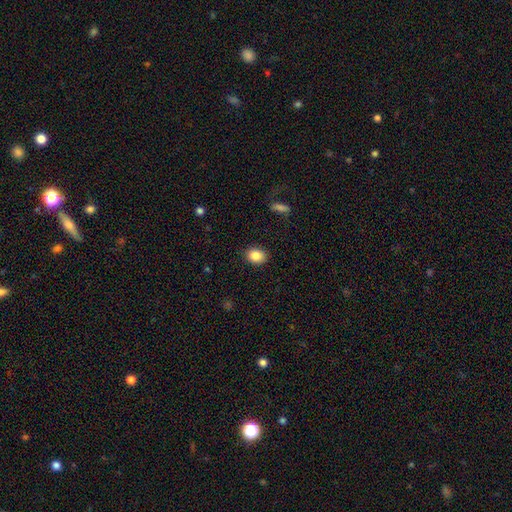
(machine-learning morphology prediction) The model was most divided on "how rounded": in between: 60%, round: 39%, cigar-shaped: 1%. More confident: merging — none (89%); smooth or featured — smooth (86%).